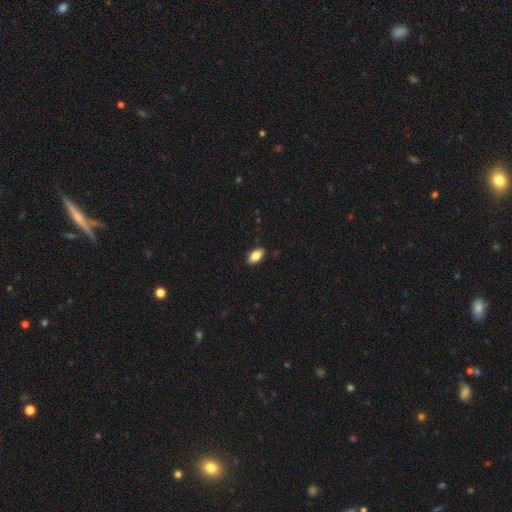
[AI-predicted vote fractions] This appears to be a smooth galaxy with no disk features (83%) that is in between round and cigar-shaped (92%). Merging: none (87%).